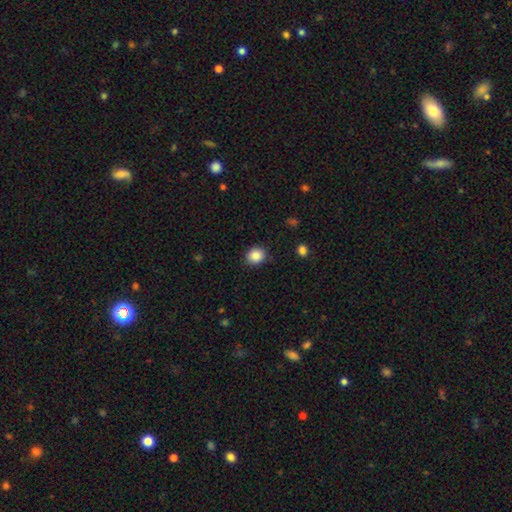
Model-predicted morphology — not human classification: Smooth or featured: smooth — 87% (star or artifact — 9%)
How rounded: round — 76% (in between — 24%)
Merging: none — 87% (minor disturbance — 9%)